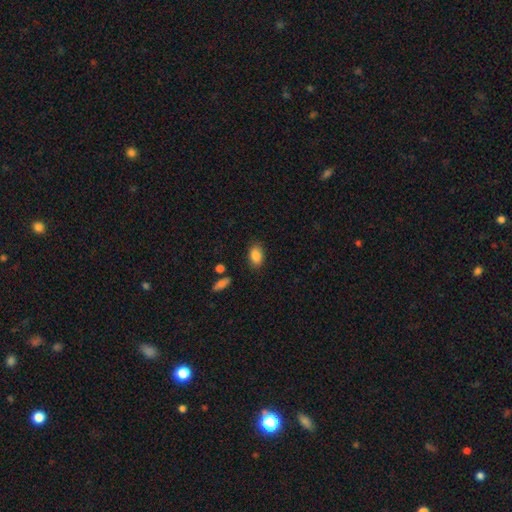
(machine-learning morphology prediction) This is clearly a smooth galaxy (87%). How rounded: clearly in between (88%). Merging: clearly none (84%).